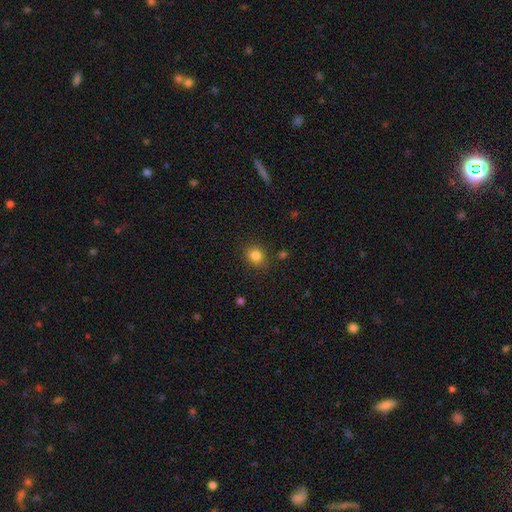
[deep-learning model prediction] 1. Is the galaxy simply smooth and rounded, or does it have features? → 83% smooth, 12% star or artifact, 5% featured or disk.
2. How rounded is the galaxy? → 73% round, 26% in between, 1% cigar-shaped.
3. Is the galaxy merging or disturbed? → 83% none, 11% minor disturbance, 3% major disturbance, 3% merger.